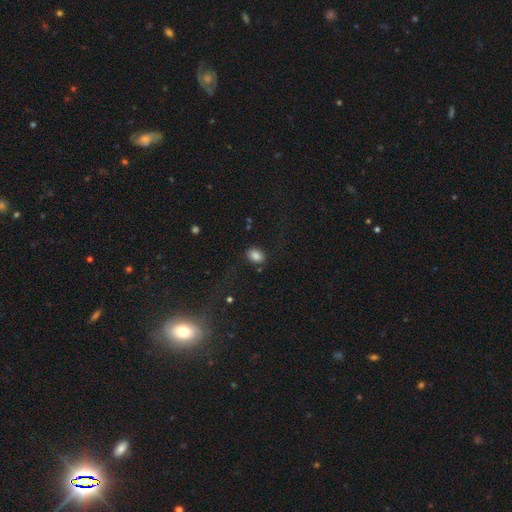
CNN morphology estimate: This is clearly a smooth galaxy (84%). How rounded: likely in between (76%). Merging: clearly none (81%).